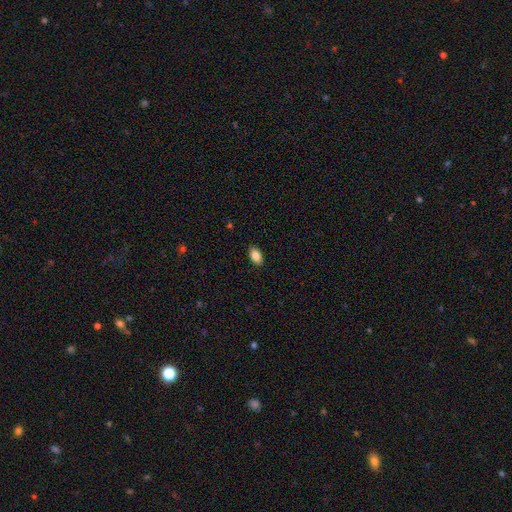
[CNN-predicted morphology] smooth-or-featured: smooth: 85% | star or artifact: 8% | featured or disk: 7%
  how-rounded: in between: 92% | round: 5% | cigar-shaped: 3%
  merging: none: 88% | minor disturbance: 9% | major disturbance: 2% | merger: 1%